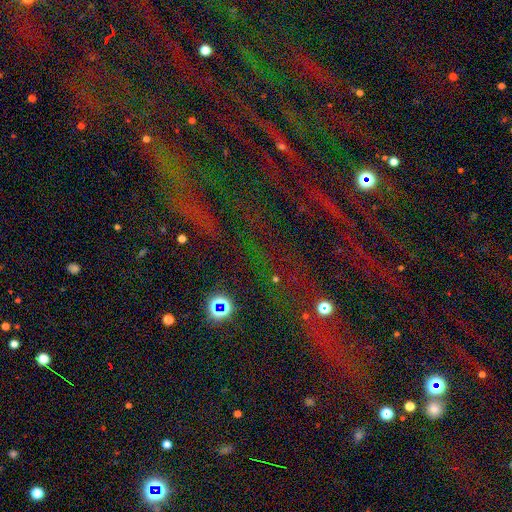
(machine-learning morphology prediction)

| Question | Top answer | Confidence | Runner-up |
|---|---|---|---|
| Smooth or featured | star or artifact | 82% | smooth (10%) |